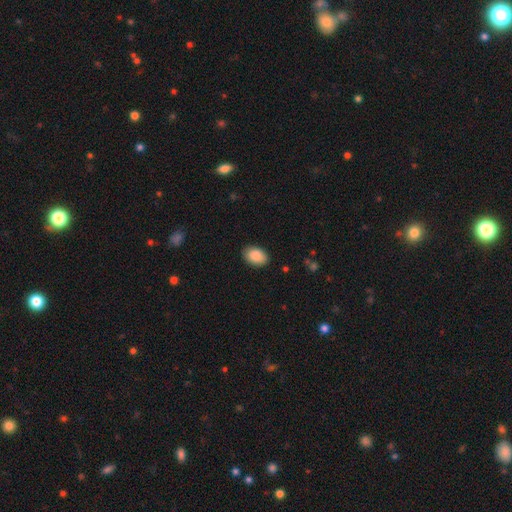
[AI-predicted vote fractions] Morphology: type=smooth (90%); roundness=in between (85%); merging=none (87%).